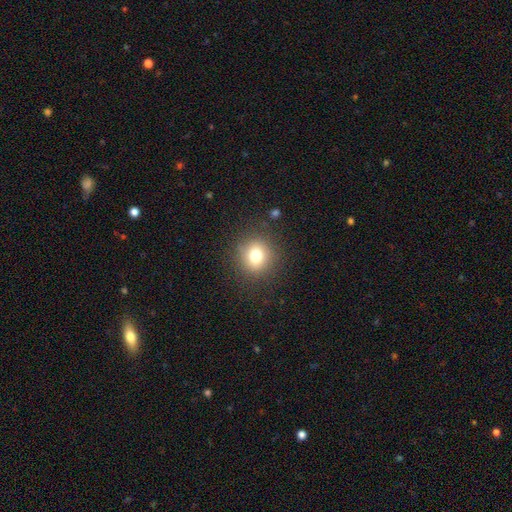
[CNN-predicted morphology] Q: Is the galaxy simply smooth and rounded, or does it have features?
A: smooth — 77%.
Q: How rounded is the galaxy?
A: round — 82%.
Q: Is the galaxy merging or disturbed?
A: none — 86%.